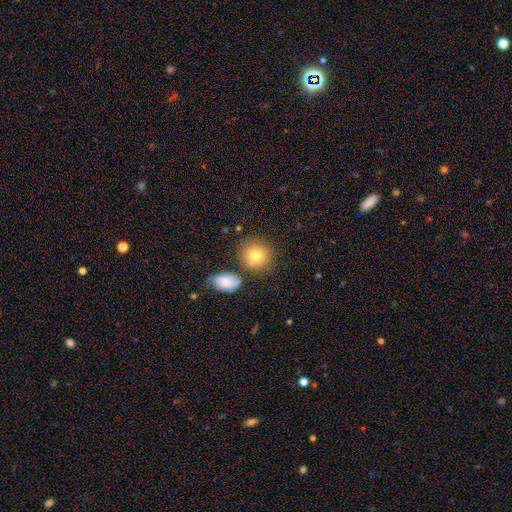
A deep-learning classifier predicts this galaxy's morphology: The model was most divided on "merging": none: 72%, minor disturbance: 13%, merger: 10%, major disturbance: 5%. More confident: how rounded — round (85%); smooth or featured — smooth (76%).